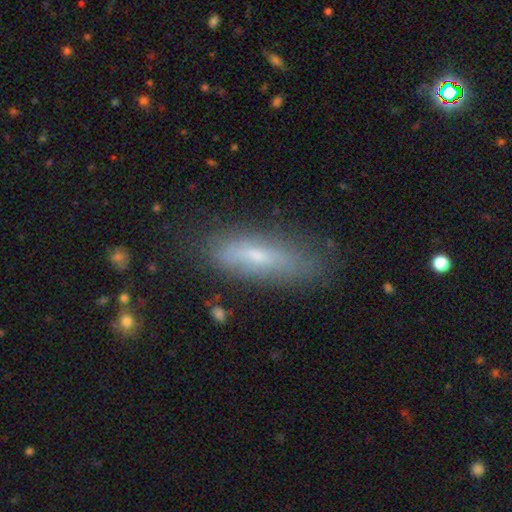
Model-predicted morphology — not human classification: Smooth or featured? Predicted: smooth (p=0.55). How rounded? Predicted: cigar-shaped (p=0.58). Merging? Predicted: none (p=0.70).